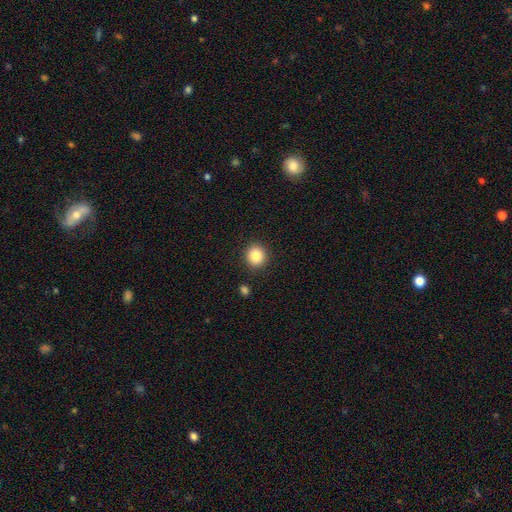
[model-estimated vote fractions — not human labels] smooth 85%, star or artifact 10%, featured or disk 6%. Down the decision tree: how rounded — round (85%); merging — none (90%).